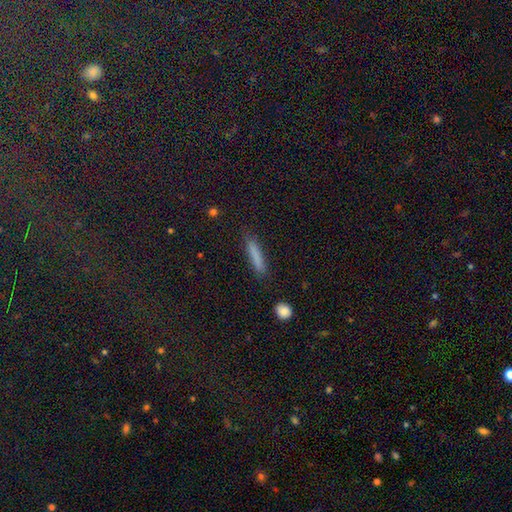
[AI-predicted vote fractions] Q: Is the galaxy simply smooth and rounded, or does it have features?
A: smooth — 80%.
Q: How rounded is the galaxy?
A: cigar-shaped — 90%.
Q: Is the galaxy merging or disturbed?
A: none — 85%.